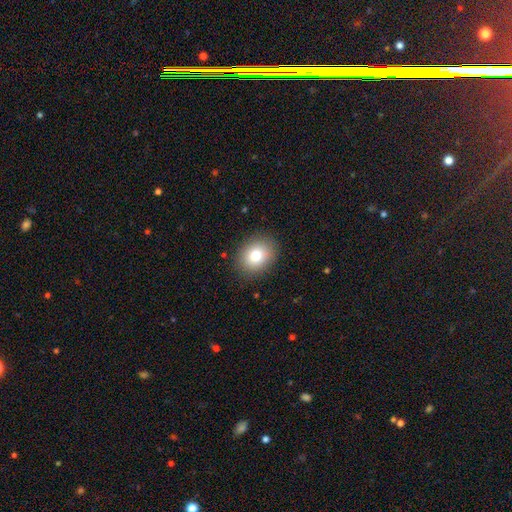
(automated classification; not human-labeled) smooth 82%, star or artifact 9%, featured or disk 9%. Down the decision tree: how rounded — in between (53%); merging — none (87%).